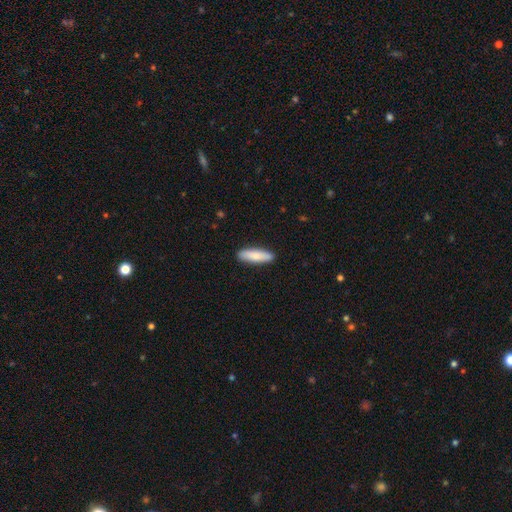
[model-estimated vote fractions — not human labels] smooth-or-featured: smooth: 79% | featured or disk: 16% | star or artifact: 5%
  how-rounded: cigar-shaped: 67% | in between: 31% | round: 2%
  merging: none: 89% | minor disturbance: 8% | major disturbance: 2% | merger: 1%